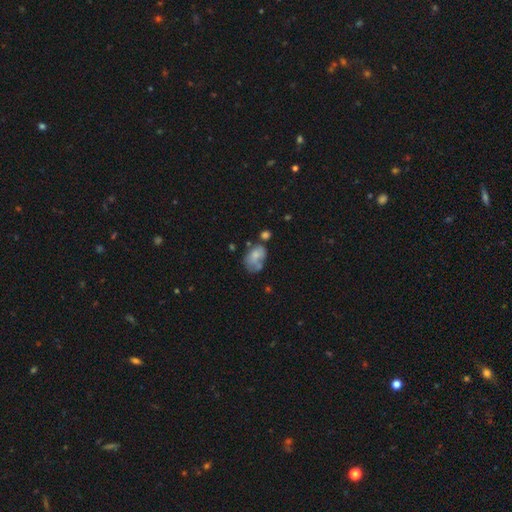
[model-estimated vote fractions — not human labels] smooth_or_featured: smooth (p=0.65) [alt: featured or disk p=0.25]
how_rounded: in between (p=0.78) [alt: round p=0.21]
merging: none (p=0.30) [alt: minor disturbance p=0.26]